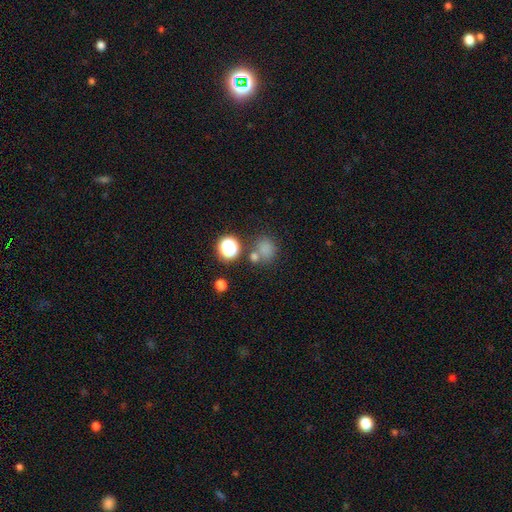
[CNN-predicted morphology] smooth 68%, star or artifact 25%, featured or disk 7%. Down the decision tree: how rounded — round (80%); merging — none (63%).